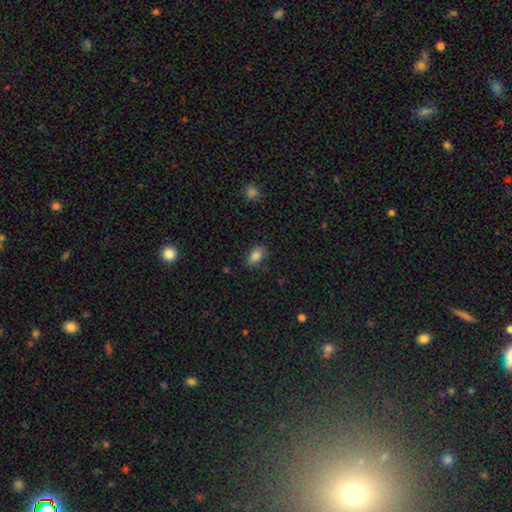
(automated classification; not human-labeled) The model was most divided on "merging": none: 82%, minor disturbance: 14%, major disturbance: 3%, merger: 1%. More confident: how rounded — in between (89%); smooth or featured — smooth (86%).